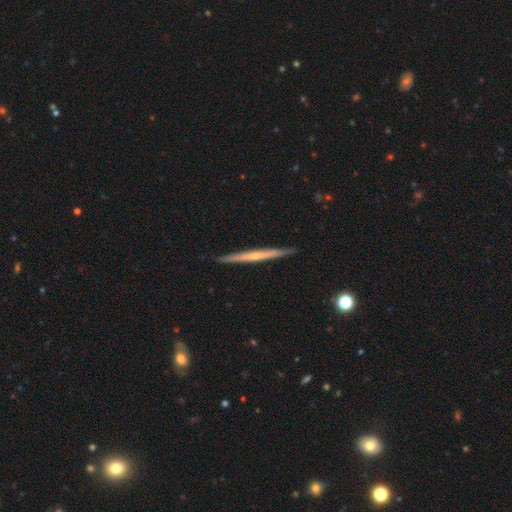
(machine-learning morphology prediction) Smooth or featured?
  - featured or disk: 64% *
  - smooth: 31%
  - star or artifact: 5%
Edge-on disk?
  - yes: 98% *
  - no: 2%
Edge-on bulge?
  - none: 60% *
  - rounded: 36%
  - boxy: 5%
Merging?
  - none: 91% *
  - minor disturbance: 6%
  - major disturbance: 1%
  - merger: 1%